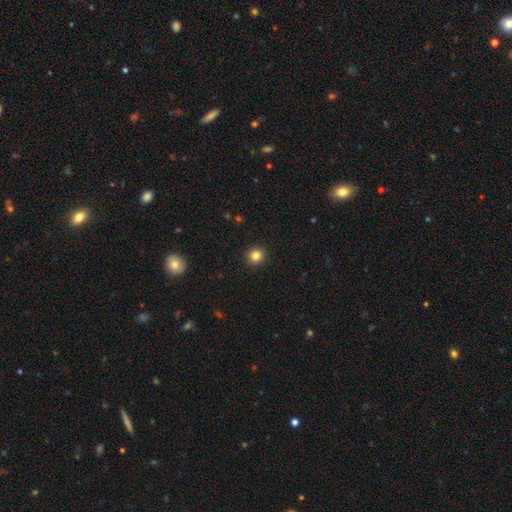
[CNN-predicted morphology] smooth-or-featured: smooth: 84% | star or artifact: 12% | featured or disk: 5%
  how-rounded: round: 91% | in between: 8% | cigar-shaped: 1%
  merging: none: 93% | minor disturbance: 5% | major disturbance: 2% | merger: 1%